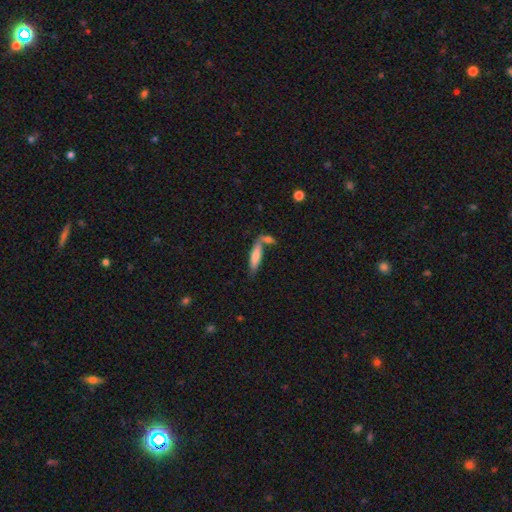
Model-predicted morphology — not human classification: Smooth or featured?
  - smooth: 69% *
  - featured or disk: 25%
  - star or artifact: 6%
How rounded?
  - cigar-shaped: 70% *
  - in between: 28%
  - round: 2%
Merging?
  - none: 50% *
  - merger: 32%
  - minor disturbance: 13%
  - major disturbance: 5%